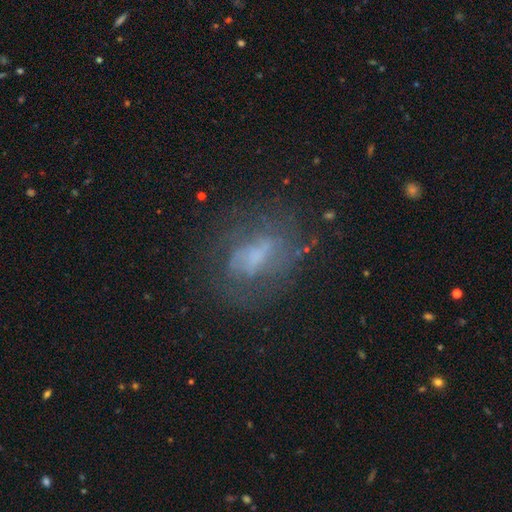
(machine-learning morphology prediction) This is possibly a featured or disk galaxy (60%). It is clearly not viewed edge-on (95%). Bar: marginally no (42%, tied with weak). Spiral arm pattern: likely yes (64%). Central bulge: marginally small (35%). Merging: likely none (63%).